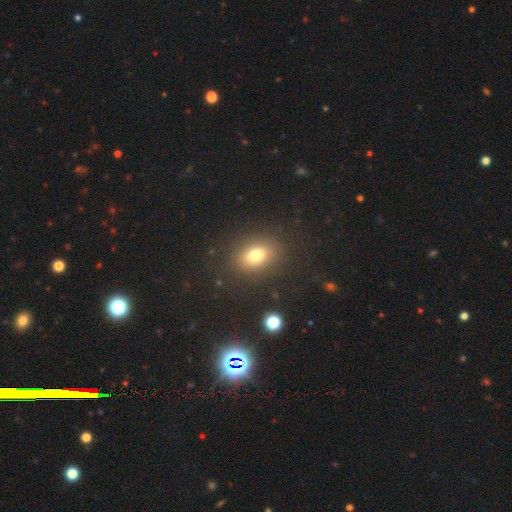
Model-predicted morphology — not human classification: smooth 75%, star or artifact 14%, featured or disk 11%. Down the decision tree: how rounded — in between (66%); merging — none (86%).